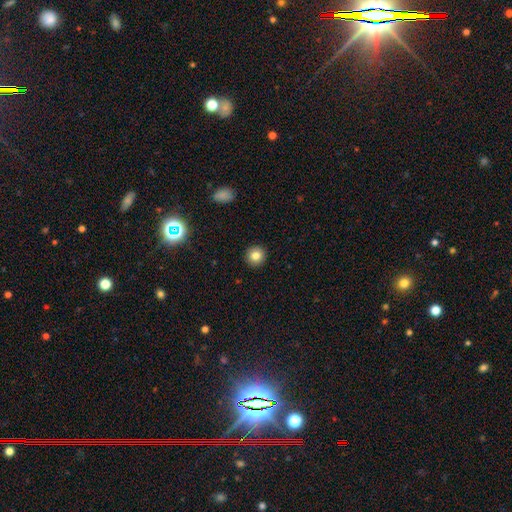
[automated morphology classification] smooth-or-featured: smooth: 82% | star or artifact: 11% | featured or disk: 7%
  how-rounded: round: 94% | in between: 5% | cigar-shaped: 1%
  merging: none: 93% | minor disturbance: 5% | major disturbance: 2% | merger: 1%